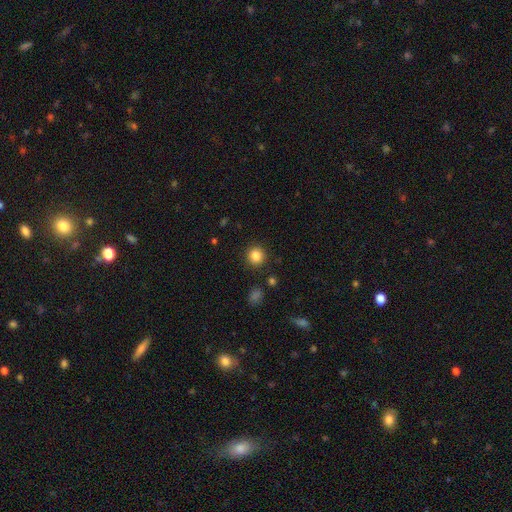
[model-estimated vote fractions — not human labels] The model was most divided on "smooth or featured": smooth: 85%, star or artifact: 11%, featured or disk: 5%. More confident: how rounded — round (91%); merging — none (90%).